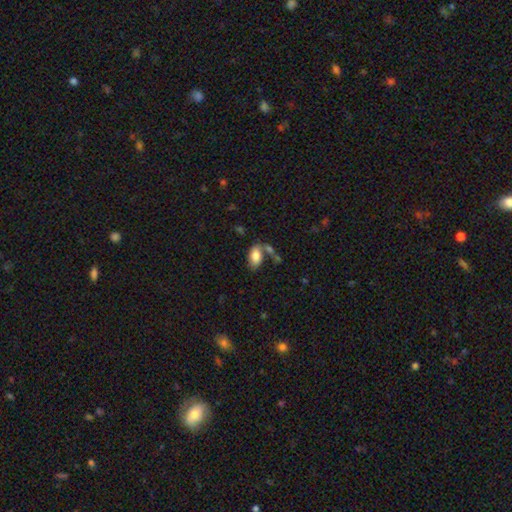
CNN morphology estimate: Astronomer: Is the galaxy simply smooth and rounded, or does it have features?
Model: smooth — 80%.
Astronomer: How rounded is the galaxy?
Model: in between — 93%.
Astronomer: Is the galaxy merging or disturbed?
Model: none — 50%.